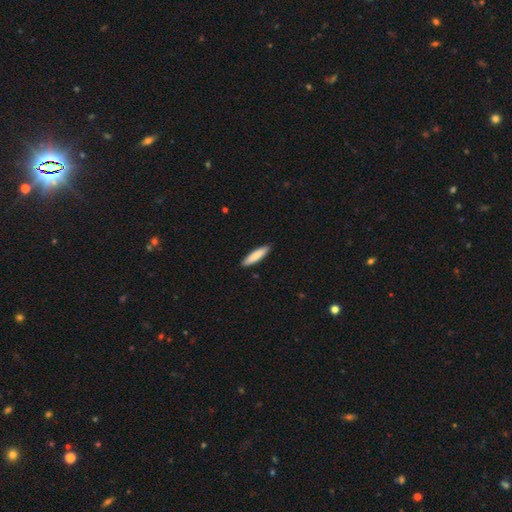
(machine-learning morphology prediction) This is clearly a smooth galaxy (84%). How rounded: likely cigar-shaped (78%). Merging: clearly none (90%).